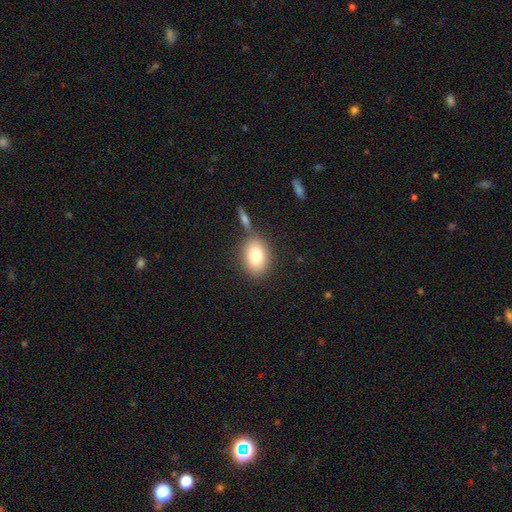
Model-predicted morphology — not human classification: type=smooth (79%); roundness=in between (74%); merging=none (71%).